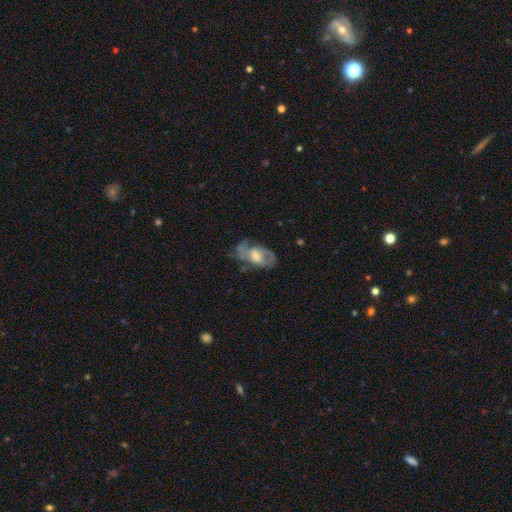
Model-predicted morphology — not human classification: Smooth or featured: featured or disk — 62% (smooth — 31%)
Edge-on disk: no — 94% (yes — 6%)
Bar: no — 55% (weak — 36%)
Spiral arms: yes — 63% (no — 37%)
Bulge size: moderate — 51% (large — 23%)
Merging: none — 41% (minor disturbance — 28%)